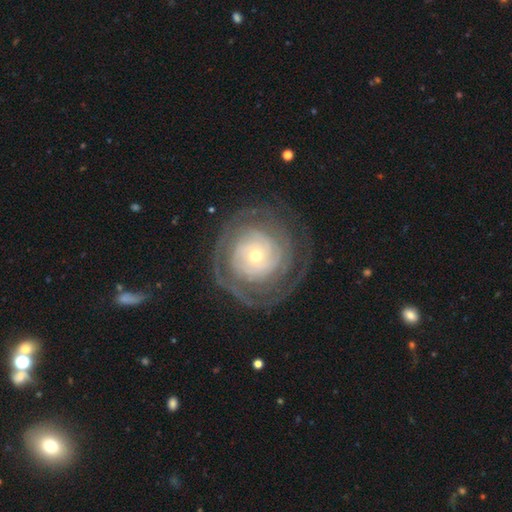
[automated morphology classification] Smooth or featured? Predicted: featured or disk (p=0.81). Edge-on disk? Predicted: no (p=0.97). Bar? Predicted: no (p=0.80). Spiral arms? Predicted: yes (p=0.91). Spiral winding? Predicted: tight (p=0.80). Spiral arm count? Predicted: can't tell (p=0.38). Bulge size? Predicted: small (p=0.62). Merging? Predicted: none (p=0.77).